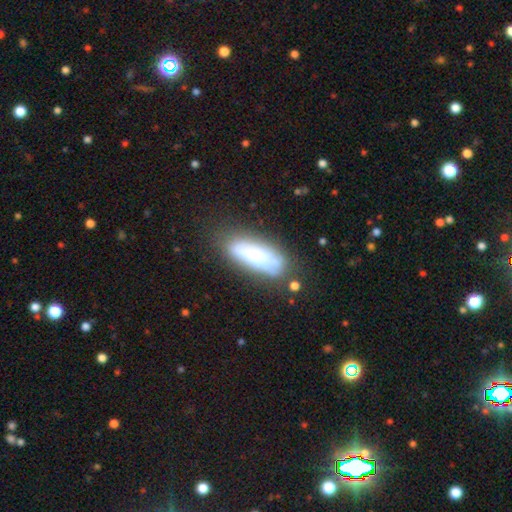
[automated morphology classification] A smooth galaxy with no disk features (56%) that is in between round and cigar-shaped (60%). Merging: none (62%).